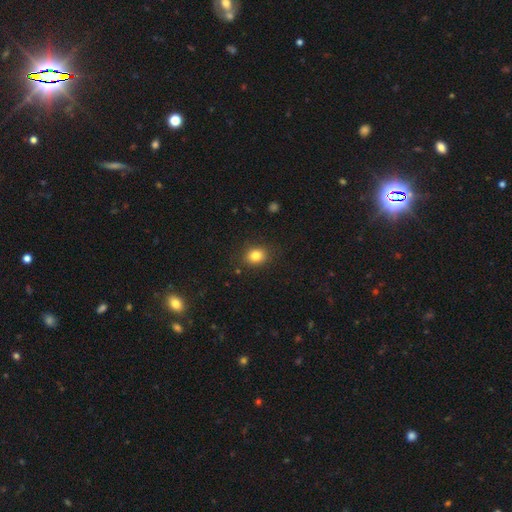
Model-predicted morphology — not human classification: Smooth or featured? smooth (83%)
How rounded? round (57%)
Merging? none (85%)